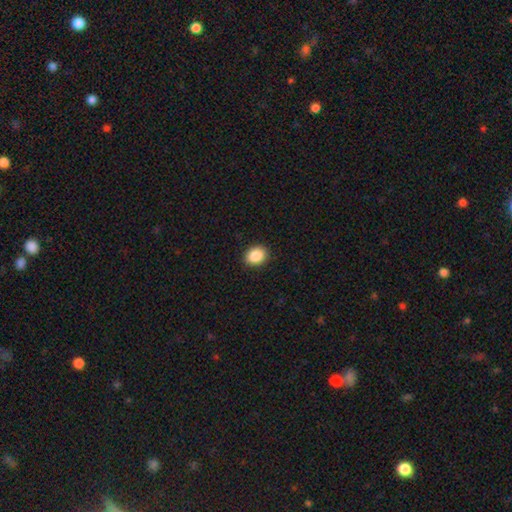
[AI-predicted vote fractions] smooth-or-featured: smooth: 89% | star or artifact: 8% | featured or disk: 3%
  how-rounded: in between: 55% | round: 44% | cigar-shaped: 1%
  merging: none: 90% | minor disturbance: 7% | major disturbance: 2% | merger: 1%